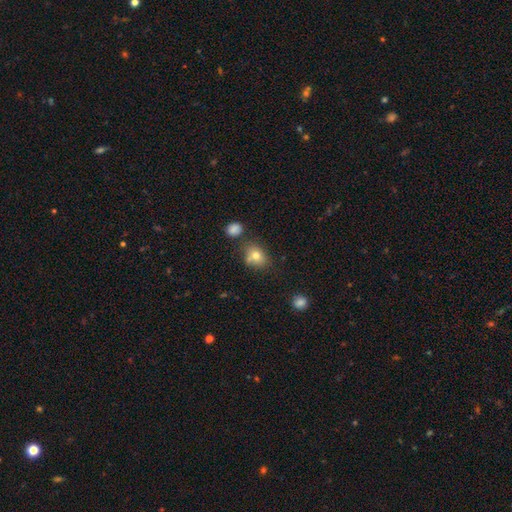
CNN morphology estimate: The model was most divided on "how rounded": in between: 50%, round: 49%, cigar-shaped: 1%. More confident: smooth or featured — smooth (76%); merging — none (64%).